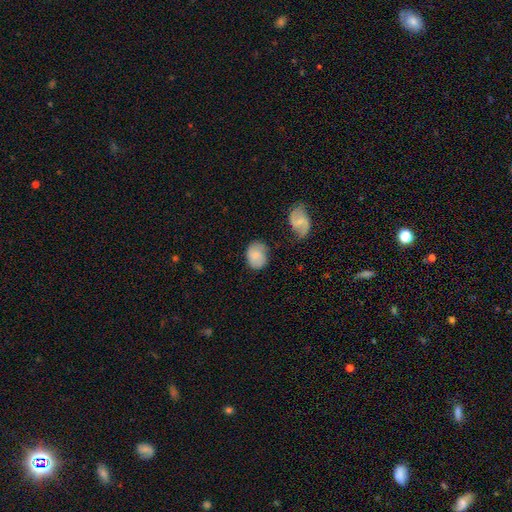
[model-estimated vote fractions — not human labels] A smooth galaxy with no disk features (71%) that is in between round and cigar-shaped (59%). Merging: none (61%).